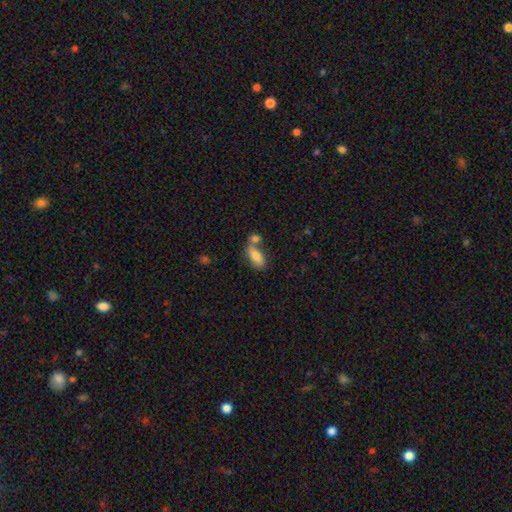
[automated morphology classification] smooth 79%, featured or disk 14%, star or artifact 7%. Down the decision tree: how rounded — in between (82%); merging — none (42%).